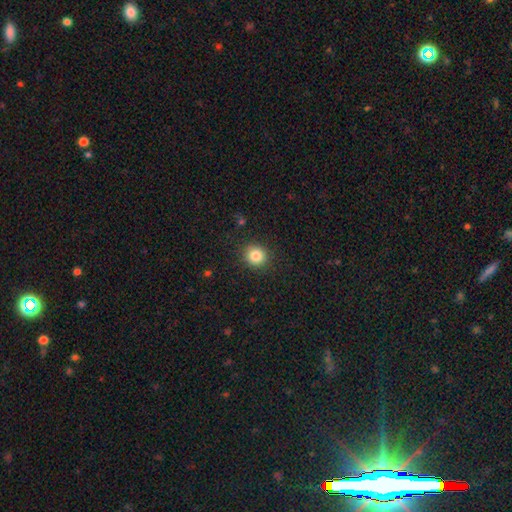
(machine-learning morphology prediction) Smooth or featured?
  - smooth: 84% *
  - star or artifact: 11%
  - featured or disk: 5%
How rounded?
  - round: 89% *
  - in between: 11%
  - cigar-shaped: 1%
Merging?
  - none: 89% *
  - minor disturbance: 7%
  - major disturbance: 2%
  - merger: 1%